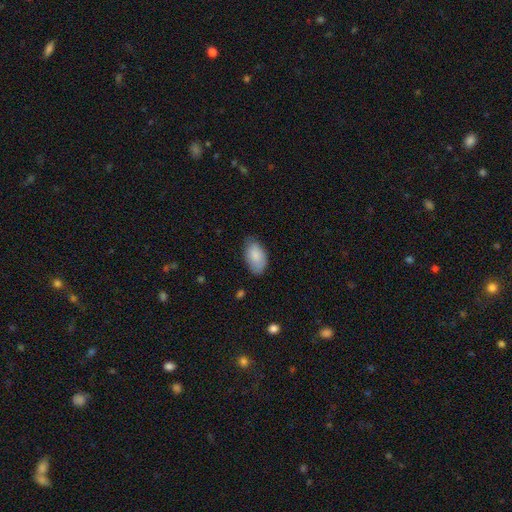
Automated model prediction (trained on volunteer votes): Smooth or featured? smooth (86%)
How rounded? in between (95%)
Merging? none (71%)